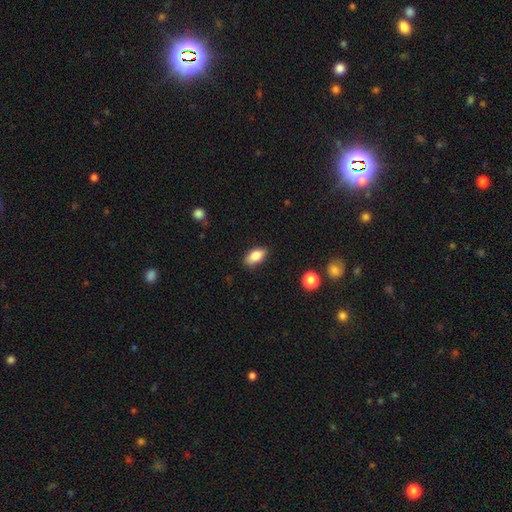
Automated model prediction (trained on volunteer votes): The model was most divided on "smooth or featured": smooth: 83%, featured or disk: 9%, star or artifact: 8%. More confident: how rounded — in between (90%); merging — none (86%).